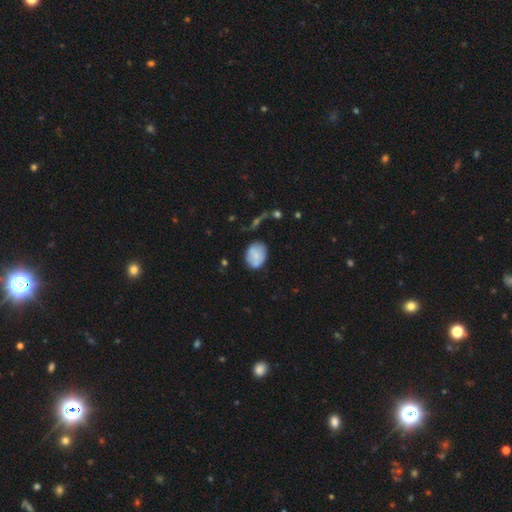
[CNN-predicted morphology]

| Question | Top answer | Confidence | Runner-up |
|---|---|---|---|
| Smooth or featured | smooth | 72% | featured or disk (20%) |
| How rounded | in between | 64% | round (35%) |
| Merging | none | 65% | minor disturbance (23%) |